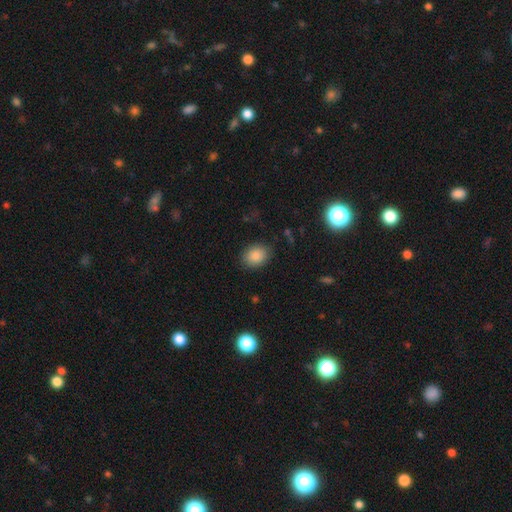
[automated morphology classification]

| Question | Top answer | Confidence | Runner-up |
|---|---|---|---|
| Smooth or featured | smooth | 87% | star or artifact (8%) |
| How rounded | in between | 53% | round (46%) |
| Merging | none | 84% | minor disturbance (11%) |